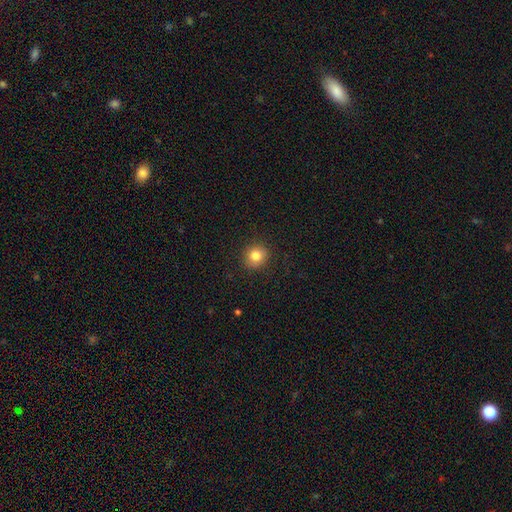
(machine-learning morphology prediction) Smooth or featured?
  - smooth: 81% *
  - star or artifact: 11%
  - featured or disk: 7%
How rounded?
  - round: 85% *
  - in between: 14%
  - cigar-shaped: 1%
Merging?
  - none: 90% *
  - minor disturbance: 7%
  - major disturbance: 2%
  - merger: 1%